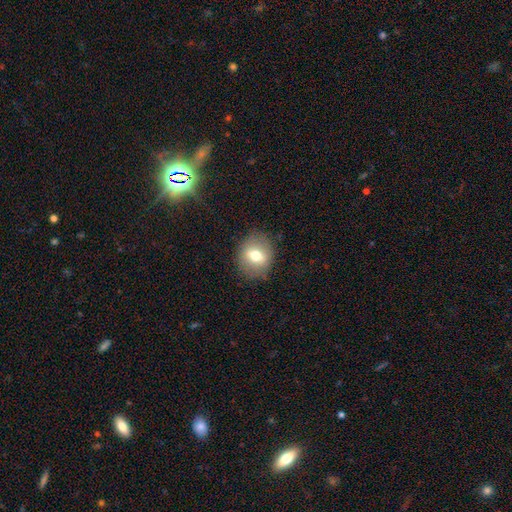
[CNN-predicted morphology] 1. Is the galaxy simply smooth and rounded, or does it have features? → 64% smooth, 27% featured or disk, 10% star or artifact.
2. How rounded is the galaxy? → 62% round, 37% in between, 1% cigar-shaped.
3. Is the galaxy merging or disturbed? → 83% none, 12% minor disturbance, 4% major disturbance, 1% merger.